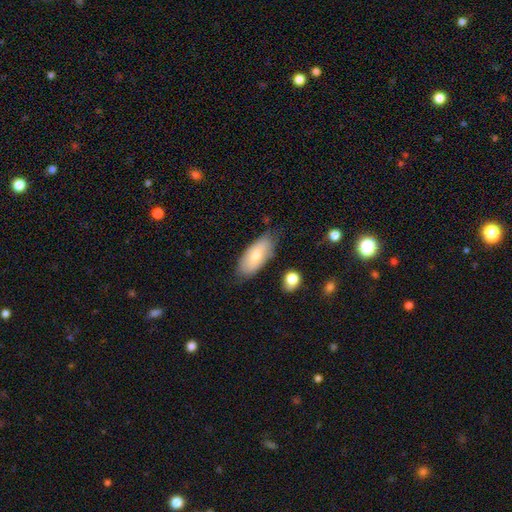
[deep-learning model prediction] smooth 68%, featured or disk 25%, star or artifact 7%. Down the decision tree: how rounded — in between (85%); merging — none (75%).